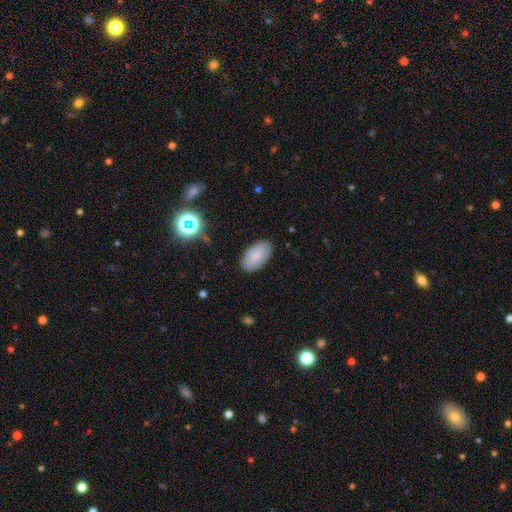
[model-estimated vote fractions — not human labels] smooth-or-featured: smooth: 83% | star or artifact: 8% | featured or disk: 8%
  how-rounded: in between: 95% | round: 3% | cigar-shaped: 2%
  merging: none: 85% | minor disturbance: 11% | major disturbance: 3% | merger: 1%